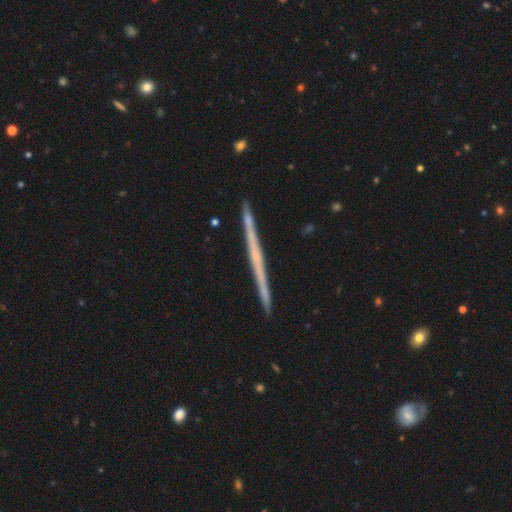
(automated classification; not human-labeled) Smooth or featured? Predicted: featured or disk (p=0.65). Edge-on disk? Predicted: yes (p=0.98). Edge-on bulge? Predicted: none (p=0.81). Merging? Predicted: none (p=0.90).